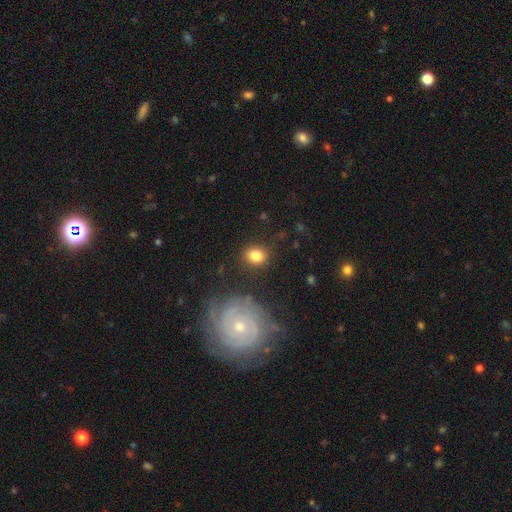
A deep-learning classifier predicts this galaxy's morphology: type=smooth (82%); roundness=round (58%); merging=none (84%).